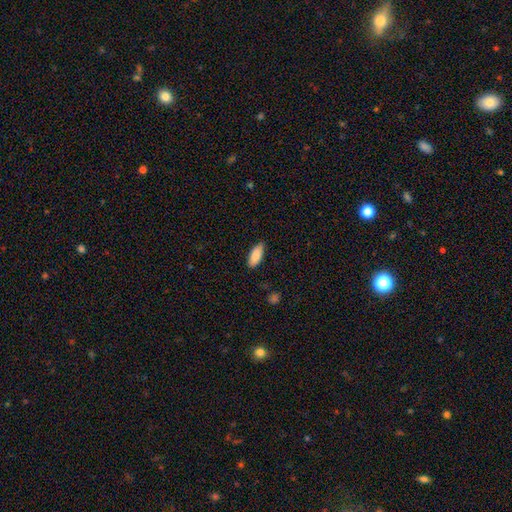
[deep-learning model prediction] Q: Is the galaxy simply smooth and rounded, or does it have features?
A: smooth — 87%.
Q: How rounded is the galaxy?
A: in between — 83%.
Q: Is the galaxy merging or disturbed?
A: none — 84%.